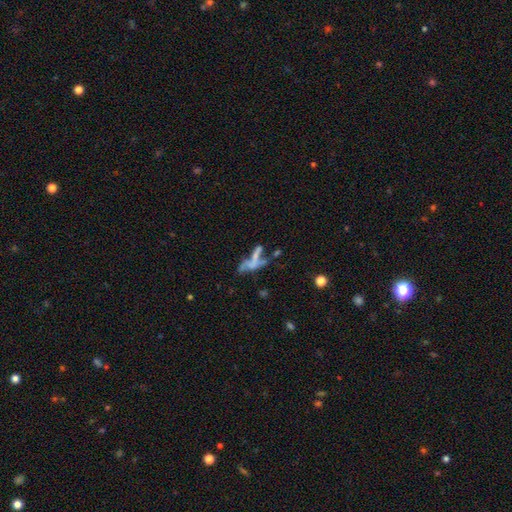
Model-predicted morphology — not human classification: Smooth or featured? Predicted: featured or disk (p=0.48). Merging? Predicted: merger (p=0.35).